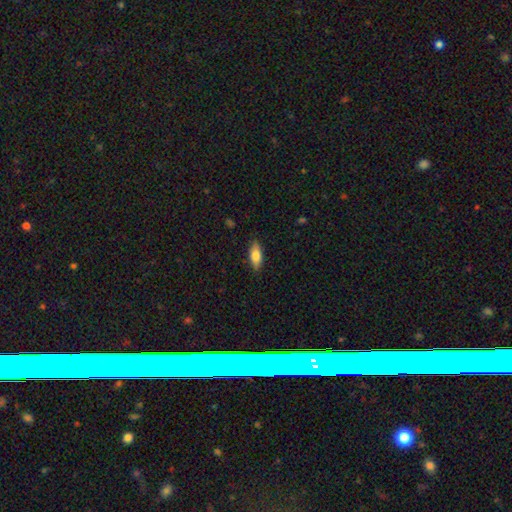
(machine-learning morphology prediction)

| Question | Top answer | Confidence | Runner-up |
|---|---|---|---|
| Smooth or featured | smooth | 77% | featured or disk (16%) |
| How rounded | in between | 80% | cigar-shaped (18%) |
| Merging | none | 87% | minor disturbance (10%) |